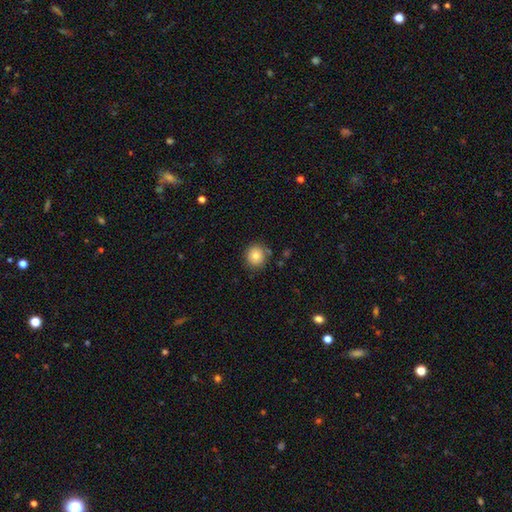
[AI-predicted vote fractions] Morphology: type=smooth (80%); roundness=round (91%); merging=none (83%).